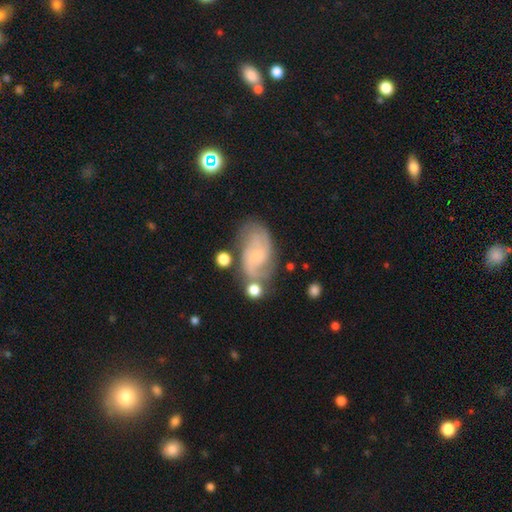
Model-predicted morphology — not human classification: featured or disk 74%, smooth 18%, star or artifact 8%. Down the decision tree: edge-on disk — no (96%); bar — no (67%); spiral arms — yes (92%); spiral arm count — 2 (59%); spiral winding — medium (45%); bulge size — small (80%); merging — none (60%).